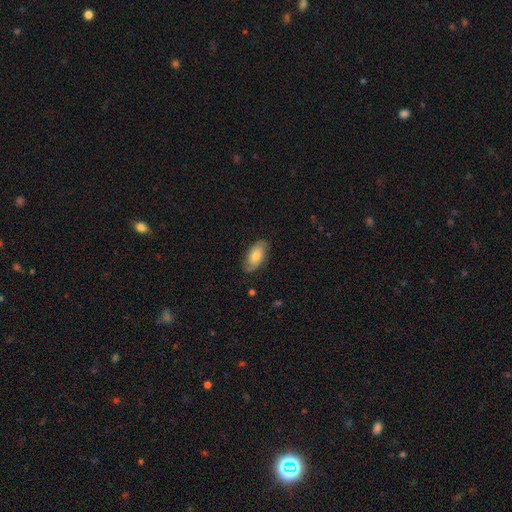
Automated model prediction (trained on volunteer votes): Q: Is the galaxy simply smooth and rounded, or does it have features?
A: smooth — 61%.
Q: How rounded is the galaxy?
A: in between — 92%.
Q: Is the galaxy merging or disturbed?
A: none — 79%.